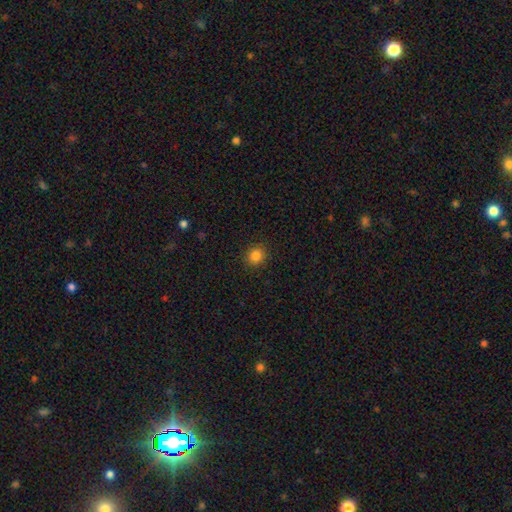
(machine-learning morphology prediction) smooth-or-featured: smooth: 84% | star or artifact: 12% | featured or disk: 4%
  how-rounded: round: 83% | in between: 16% | cigar-shaped: 1%
  merging: none: 90% | minor disturbance: 7% | major disturbance: 2% | merger: 1%